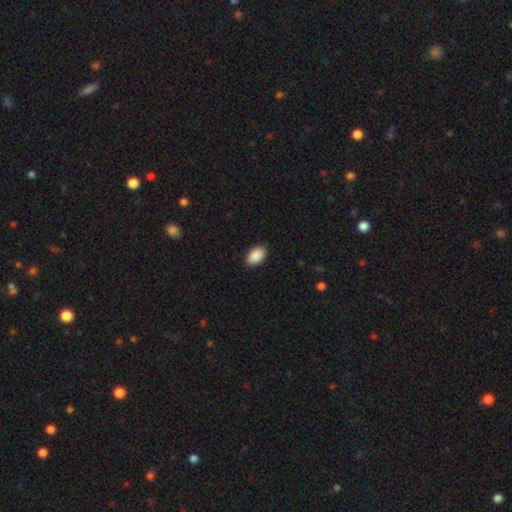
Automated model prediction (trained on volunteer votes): Smooth or featured?
  - smooth: 91% *
  - star or artifact: 7%
  - featured or disk: 3%
How rounded?
  - in between: 92% *
  - round: 7%
  - cigar-shaped: 1%
Merging?
  - none: 90% *
  - minor disturbance: 7%
  - major disturbance: 2%
  - merger: 1%